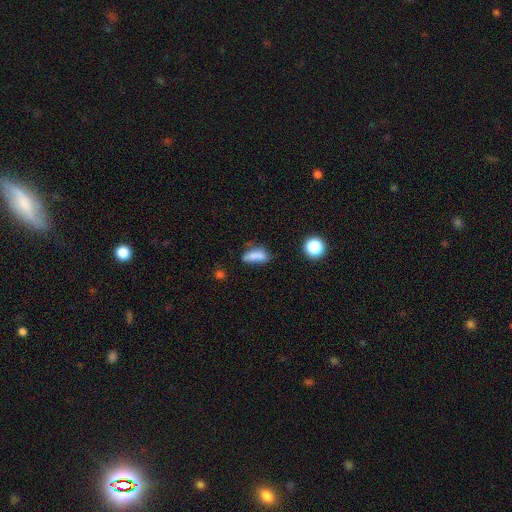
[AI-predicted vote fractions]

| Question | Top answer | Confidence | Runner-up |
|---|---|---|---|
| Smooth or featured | smooth | 76% | featured or disk (13%) |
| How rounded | in between | 68% | cigar-shaped (26%) |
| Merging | none | 47% | minor disturbance (29%) |